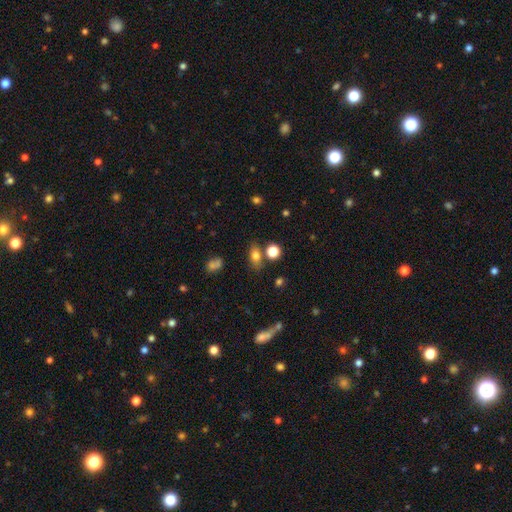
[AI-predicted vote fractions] A smooth galaxy with no disk features (76%) that is in between round and cigar-shaped (72%). Merging: none (71%).